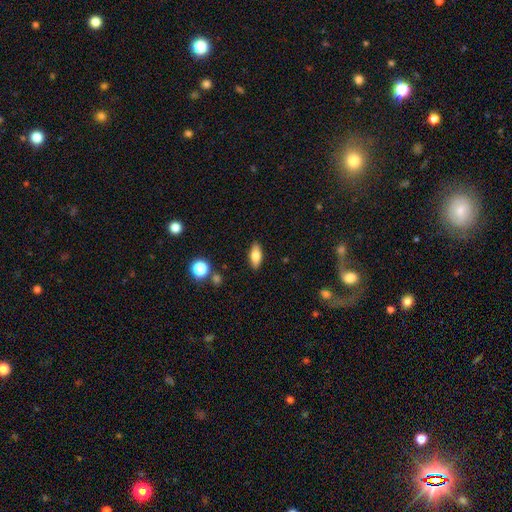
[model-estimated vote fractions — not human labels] Smooth or featured?
  - smooth: 75% *
  - featured or disk: 17%
  - star or artifact: 8%
How rounded?
  - in between: 82% *
  - cigar-shaped: 15%
  - round: 4%
Merging?
  - none: 88% *
  - minor disturbance: 9%
  - major disturbance: 2%
  - merger: 2%